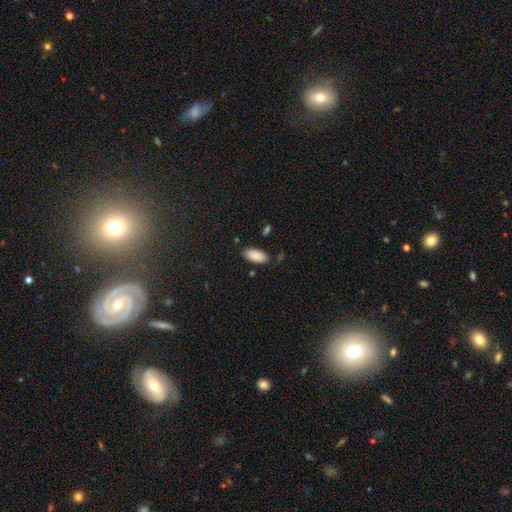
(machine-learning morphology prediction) The model was most divided on "merging": none: 81%, minor disturbance: 13%, merger: 3%, major disturbance: 3%. More confident: how rounded — in between (91%); smooth or featured — smooth (89%).